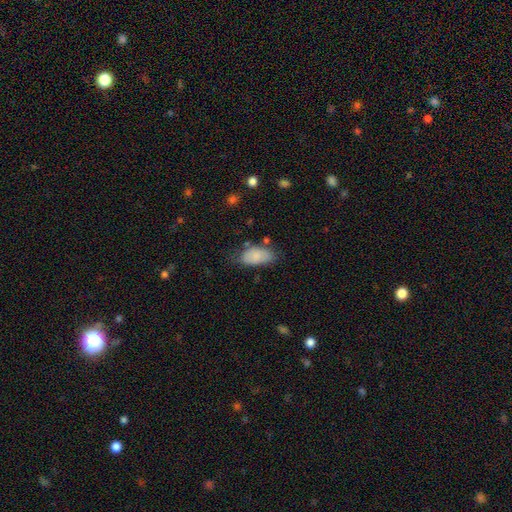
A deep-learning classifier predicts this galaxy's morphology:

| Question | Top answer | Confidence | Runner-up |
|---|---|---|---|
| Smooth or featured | smooth | 82% | featured or disk (11%) |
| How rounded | in between | 93% | cigar-shaped (3%) |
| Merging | none | 60% | minor disturbance (28%) |